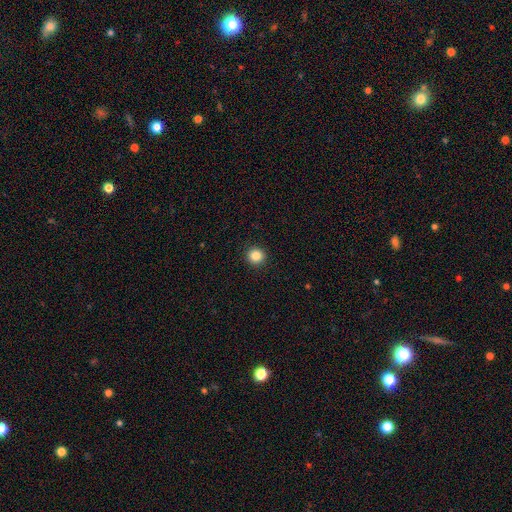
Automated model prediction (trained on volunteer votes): This is clearly a smooth galaxy (86%). How rounded: clearly round (95%). Merging: clearly none (93%).